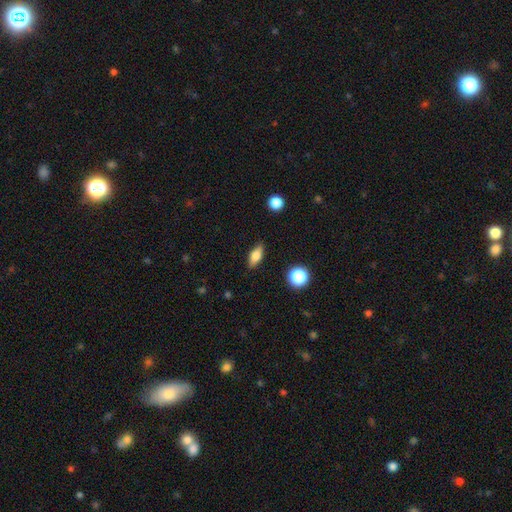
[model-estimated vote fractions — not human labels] smooth_or_featured: smooth (p=0.72) [alt: featured or disk p=0.20]
how_rounded: in between (p=0.76) [alt: cigar-shaped p=0.17]
merging: none (p=0.85) [alt: minor disturbance p=0.11]